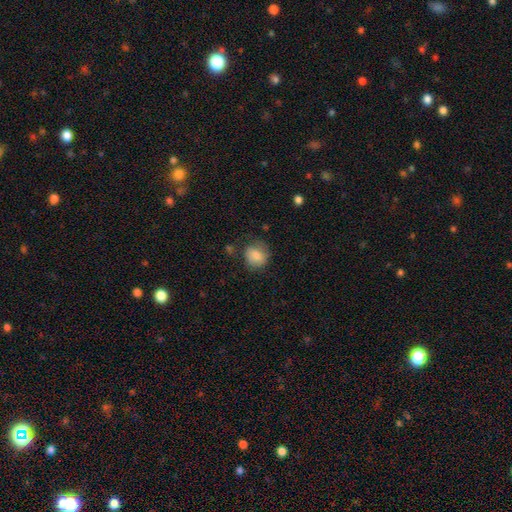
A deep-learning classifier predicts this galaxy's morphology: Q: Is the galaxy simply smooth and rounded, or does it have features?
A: smooth — 81%.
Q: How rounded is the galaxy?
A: round — 68%.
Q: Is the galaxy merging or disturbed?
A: none — 65%.